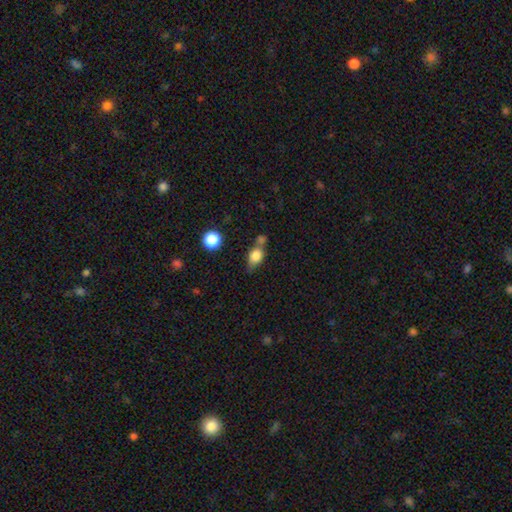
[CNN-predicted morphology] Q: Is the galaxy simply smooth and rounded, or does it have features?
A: smooth — 76%.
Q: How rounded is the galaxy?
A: in between — 58%.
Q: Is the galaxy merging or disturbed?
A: none — 44%.